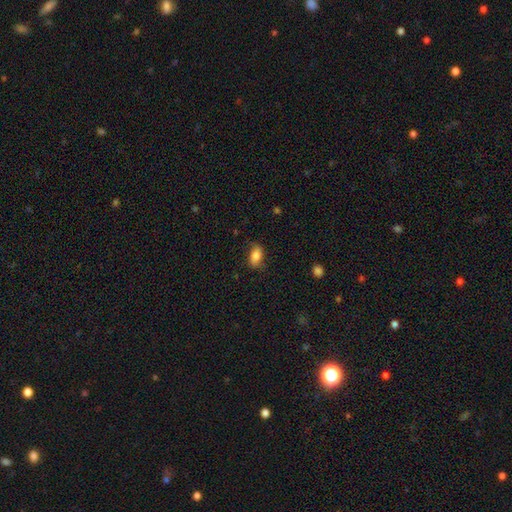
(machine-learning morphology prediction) smooth-or-featured: smooth: 83% | featured or disk: 10% | star or artifact: 8%
  how-rounded: in between: 89% | round: 7% | cigar-shaped: 4%
  merging: none: 71% | minor disturbance: 22% | major disturbance: 6% | merger: 1%